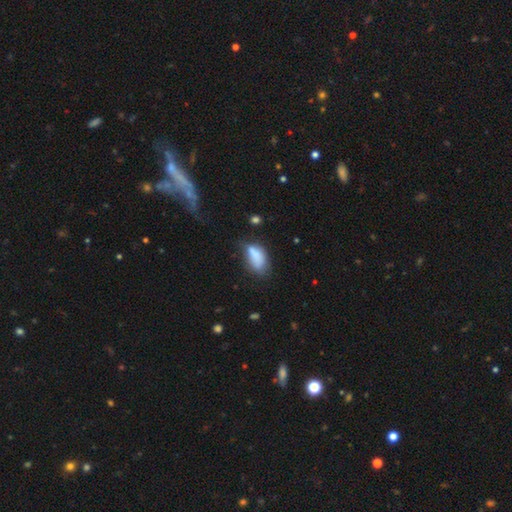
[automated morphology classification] The model was most divided on "merging" (2-way tie): minor disturbance: 37%, none: 37%, major disturbance: 19%, merger: 7%. More confident: how rounded — in between (90%); smooth or featured — smooth (79%).